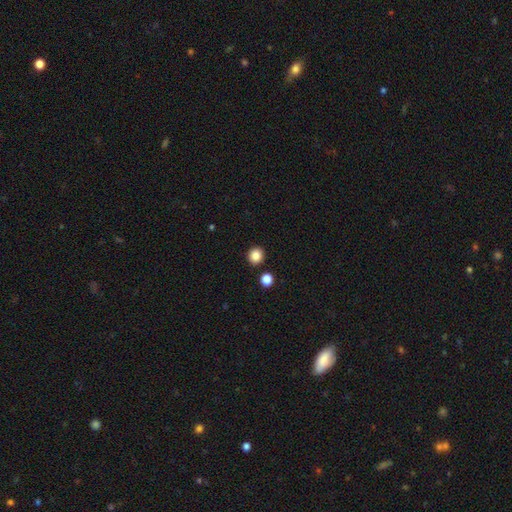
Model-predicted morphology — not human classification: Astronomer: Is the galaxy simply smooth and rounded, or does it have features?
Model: smooth — 86%.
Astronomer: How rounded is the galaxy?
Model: round — 90%.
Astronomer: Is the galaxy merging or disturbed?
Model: none — 90%.